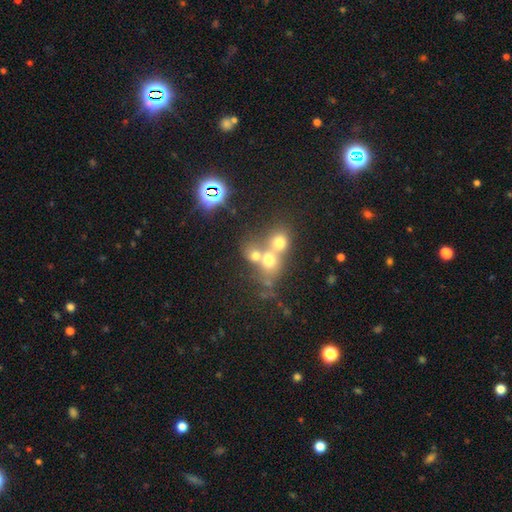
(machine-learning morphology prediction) The model was most divided on "merging": merger: 57%, none: 31%, minor disturbance: 7%, major disturbance: 5%. More confident: how rounded — round (71%); smooth or featured — smooth (62%).